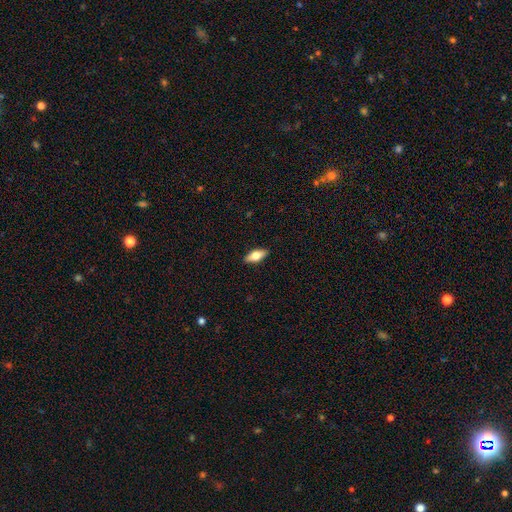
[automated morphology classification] Overall: smooth (64%; featured or disk 29%). How rounded: in between (78%). Merging: none (89%).